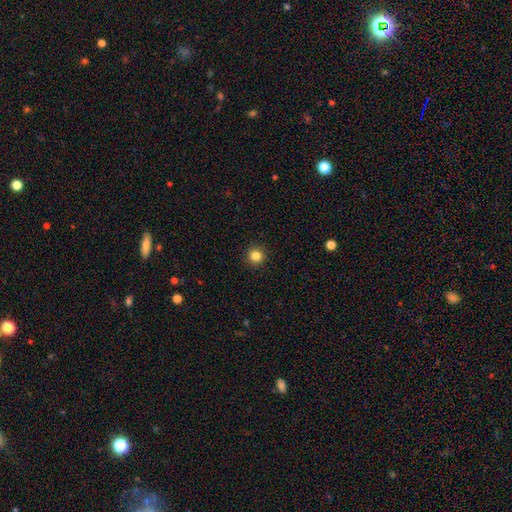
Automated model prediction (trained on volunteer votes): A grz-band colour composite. It shows a smooth galaxy with no disk features (84%) that is round (93%). Merging: none (92%).